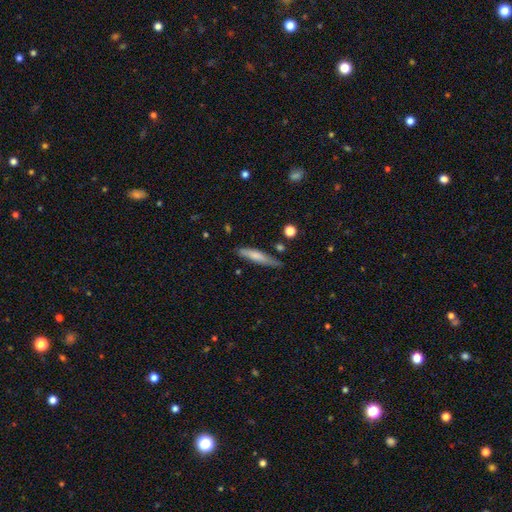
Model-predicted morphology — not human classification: type=smooth (68%); roundness=cigar-shaped (86%); merging=none (69%).